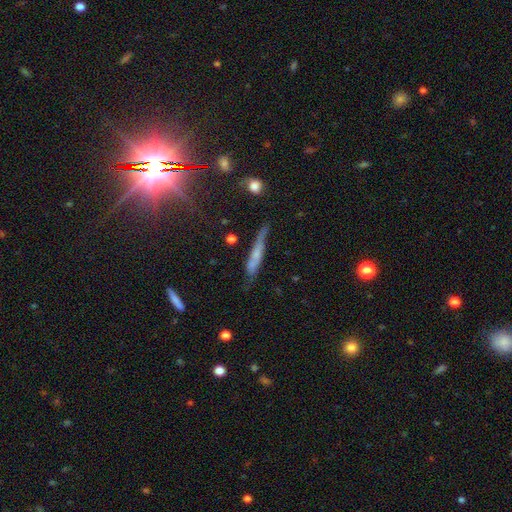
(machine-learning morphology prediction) type=featured or disk (46%); merging=none (57%).